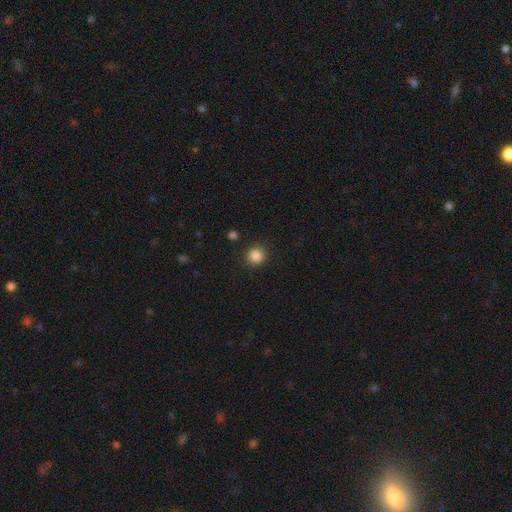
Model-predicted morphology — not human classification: A smooth galaxy with no disk features (86%) that is round (92%).

Vote fractions:
- Smooth or featured? smooth: 86% / star or artifact: 11% / featured or disk: 4%
- How rounded? round: 92% / in between: 7% / cigar-shaped: 1%
- Merging? none: 91% / minor disturbance: 6% / major disturbance: 2% / merger: 1%